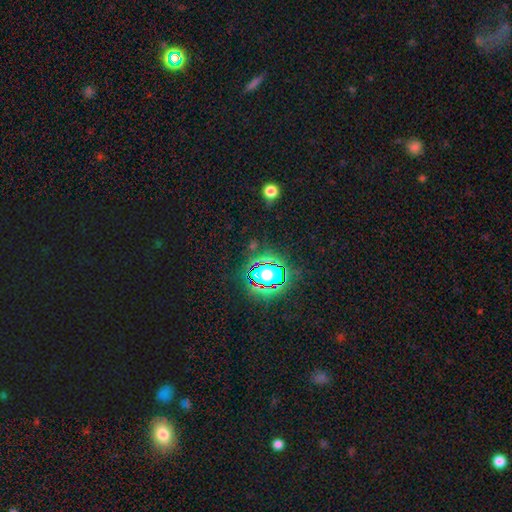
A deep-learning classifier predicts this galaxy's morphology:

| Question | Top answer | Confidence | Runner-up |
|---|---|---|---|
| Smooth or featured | star or artifact | 80% | smooth (13%) |